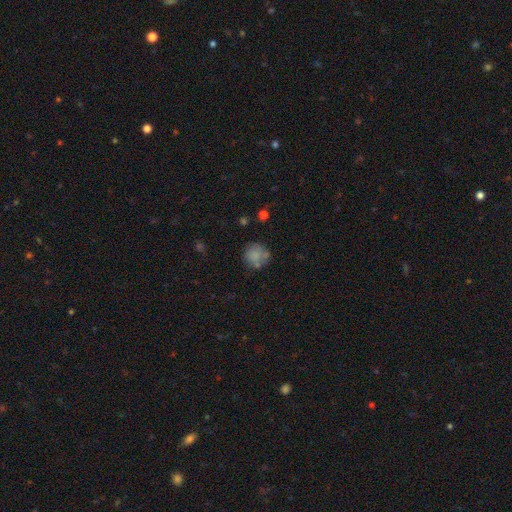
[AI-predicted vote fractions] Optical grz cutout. It shows a smooth galaxy with no disk features (75%) that is round (88%). Merging: none (63%).